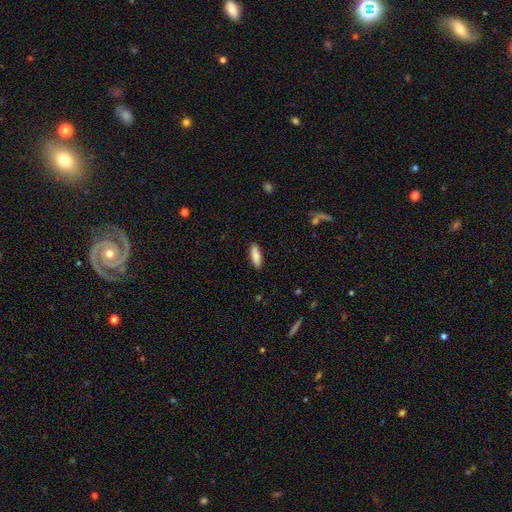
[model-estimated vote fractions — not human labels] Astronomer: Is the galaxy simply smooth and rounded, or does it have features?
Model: smooth — 86%.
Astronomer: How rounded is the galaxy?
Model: in between — 58% (runner-up: cigar-shaped, 40%).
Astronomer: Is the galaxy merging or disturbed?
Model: none — 88%.